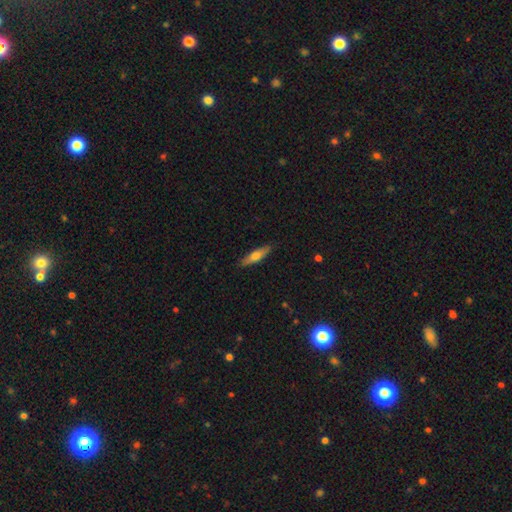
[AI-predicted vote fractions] Smooth or featured: smooth — 57% (featured or disk — 37%)
How rounded: cigar-shaped — 72% (in between — 26%)
Merging: none — 88% (minor disturbance — 9%)